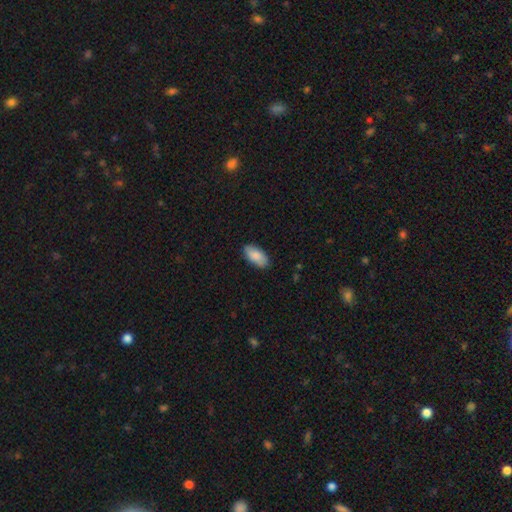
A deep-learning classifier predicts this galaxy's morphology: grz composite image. It shows a smooth galaxy with no disk features (84%) that is in between round and cigar-shaped (94%). Merging: none (86%).